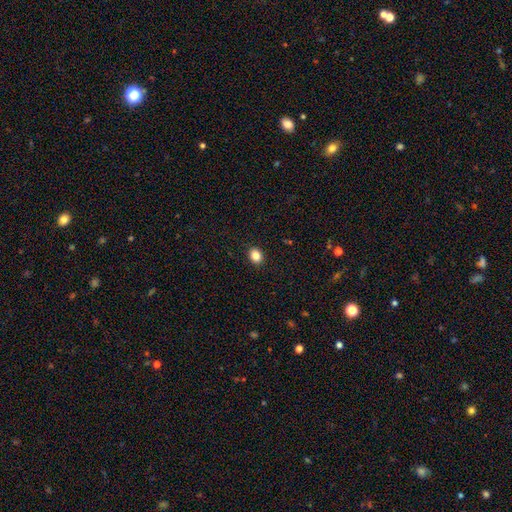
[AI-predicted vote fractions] A smooth galaxy with no disk features (85%) that is in between round and cigar-shaped (52%). Merging: none (91%).